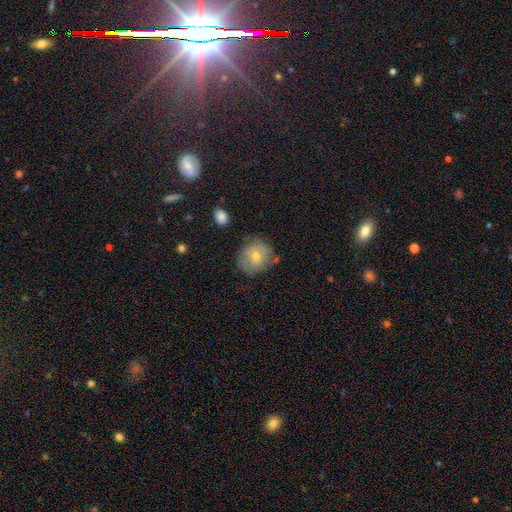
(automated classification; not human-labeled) Smooth or featured?
  - smooth: 50% *
  - featured or disk: 39%
  - star or artifact: 11%
Merging?
  - none: 72% *
  - minor disturbance: 20%
  - major disturbance: 6%
  - merger: 2%